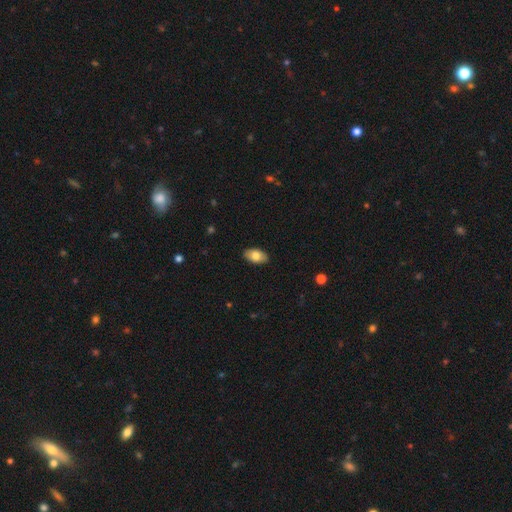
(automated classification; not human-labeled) Smooth or featured: smooth — 79% (featured or disk — 14%)
How rounded: in between — 94% (round — 4%)
Merging: none — 89% (minor disturbance — 9%)